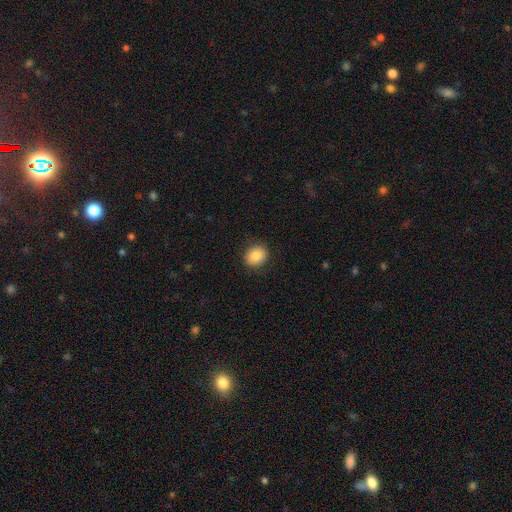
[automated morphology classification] type=smooth (85%); roundness=round (67%); merging=none (87%).